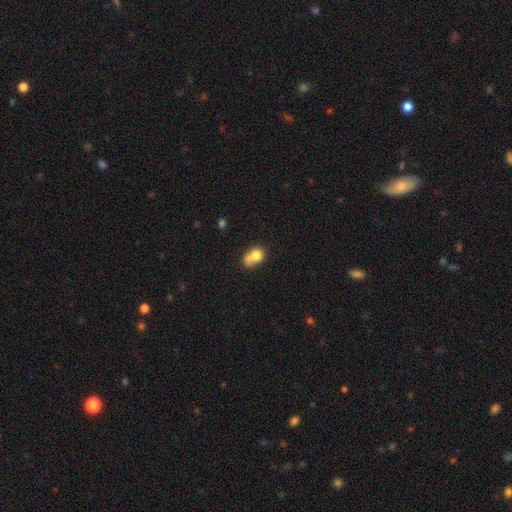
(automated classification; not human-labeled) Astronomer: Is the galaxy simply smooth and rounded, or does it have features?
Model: smooth — 74%.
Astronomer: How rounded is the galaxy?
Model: in between — 62%.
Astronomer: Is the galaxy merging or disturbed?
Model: merger — 35% (runner-up: none, 30%).